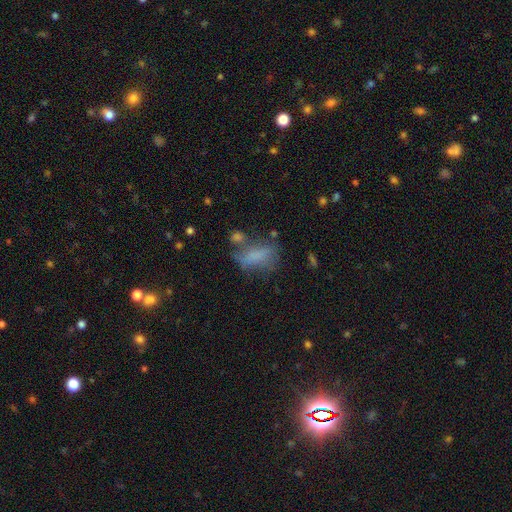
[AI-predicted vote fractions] Q: Smooth or featured?
A: smooth (66%); runner-up: featured or disk (21%)
Q: How rounded?
A: in between (73%); runner-up: cigar-shaped (20%)
Q: Merging?
A: none (45%); runner-up: minor disturbance (24%)